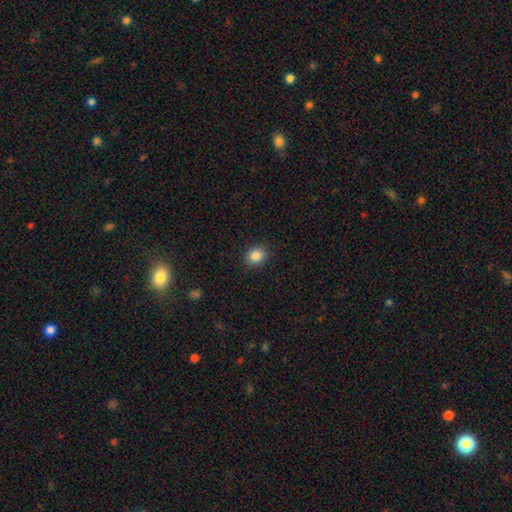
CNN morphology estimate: Smooth or featured?
  - smooth: 87% *
  - star or artifact: 9%
  - featured or disk: 4%
How rounded?
  - round: 60% *
  - in between: 39%
  - cigar-shaped: 1%
Merging?
  - none: 88% *
  - minor disturbance: 9%
  - major disturbance: 3%
  - merger: 1%